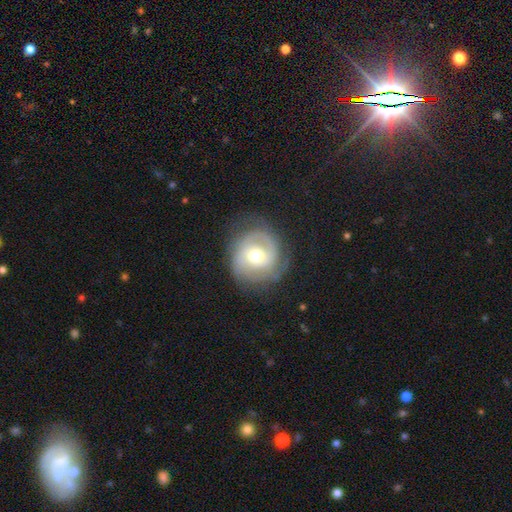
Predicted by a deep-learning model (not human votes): Smooth or featured: featured or disk — 74% (smooth — 20%)
Edge-on disk: no — 97% (yes — 3%)
Bar: no — 64% (weak — 29%)
Spiral arms: yes — 89% (no — 11%)
Spiral winding: tight — 57% (medium — 32%)
Spiral arm count: 2 — 48% (can't tell — 24%)
Bulge size: moderate — 72% (small — 18%)
Merging: none — 71% (minor disturbance — 18%)